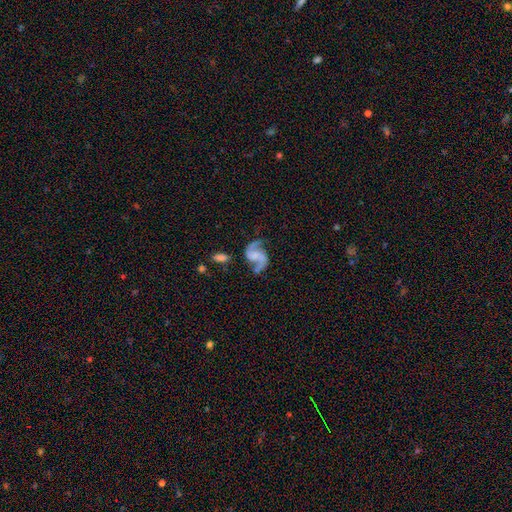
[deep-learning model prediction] smooth-or-featured: featured or disk: 89% | smooth: 6% | star or artifact: 5%
  disk-edge-on: no: 98% | yes: 2%
    bar: no: 46% | weak: 37% | strong: 17%
    has-spiral-arms: yes: 97% | no: 3%
      spiral-winding: loose: 51% | medium: 41% | tight: 8%
      spiral-arm-count: 2: 93% | 1: 3% | can't tell: 2% | 3: 1% | 4: 1% | more than 4: 1%
    bulge-size: none: 60% | small: 18% | moderate: 13% | large: 7% | dominant: 2%
  merging: none: 67% | minor disturbance: 17% | major disturbance: 11% | merger: 5%